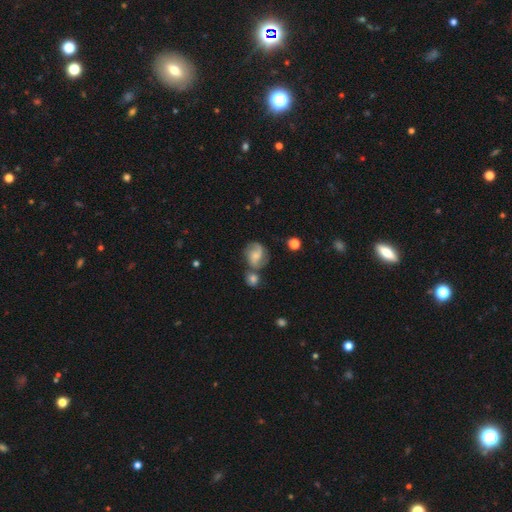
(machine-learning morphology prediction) Smooth or featured? Predicted: featured or disk (p=0.66). Edge-on disk? Predicted: no (p=0.98). Bar? Predicted: no (p=0.50). Spiral arms? Predicted: yes (p=0.92). Spiral winding? Predicted: medium (p=0.50). Spiral arm count? Predicted: 2 (p=0.78). Bulge size? Predicted: small (p=0.43). Merging? Predicted: none (p=0.45).